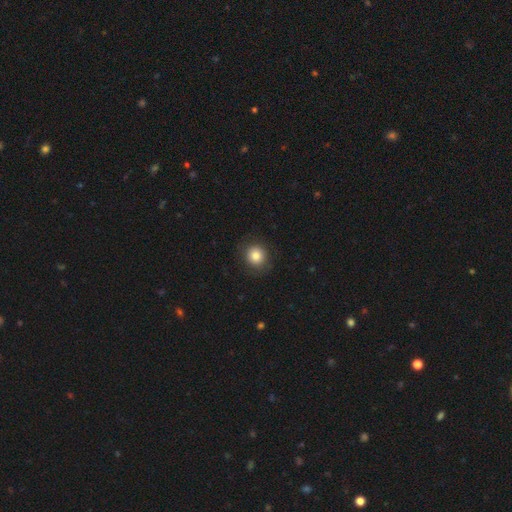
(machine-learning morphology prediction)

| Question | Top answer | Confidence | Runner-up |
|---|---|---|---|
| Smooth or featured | smooth | 83% | star or artifact (10%) |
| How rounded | round | 86% | in between (13%) |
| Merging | none | 87% | minor disturbance (9%) |